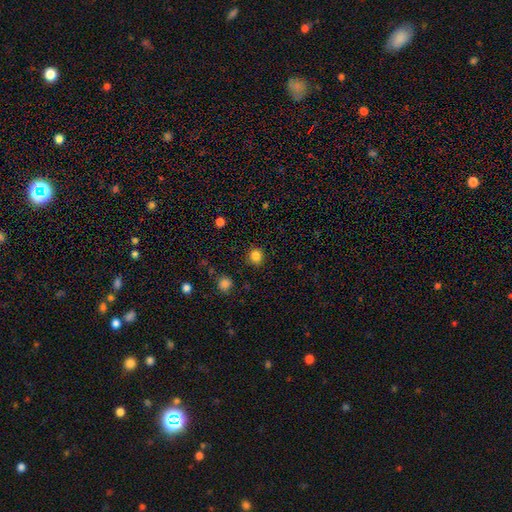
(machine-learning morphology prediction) This is clearly a smooth galaxy (84%). How rounded: likely round (78%). Merging: clearly none (86%).